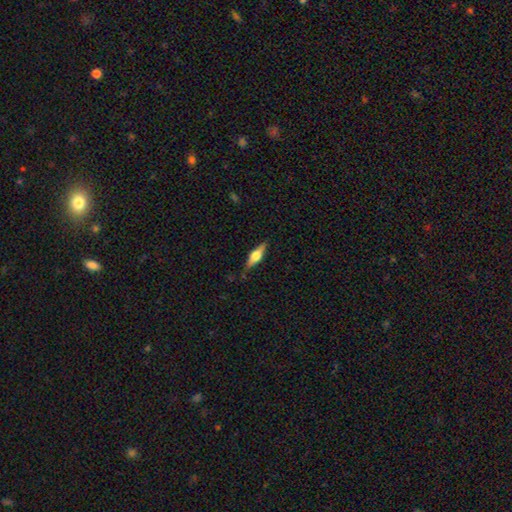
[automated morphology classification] A featured or disk galaxy (61%) viewed edge-on (96%) with a rounded central bulge (92%).

Vote fractions:
- Smooth or featured? featured or disk: 61% / smooth: 32% / star or artifact: 6%
- Edge-on disk? yes: 96% / no: 4%
- Edge-on bulge? rounded: 92% / boxy: 7% / none: 2%
- Merging? none: 85% / minor disturbance: 12% / major disturbance: 2% / merger: 2%